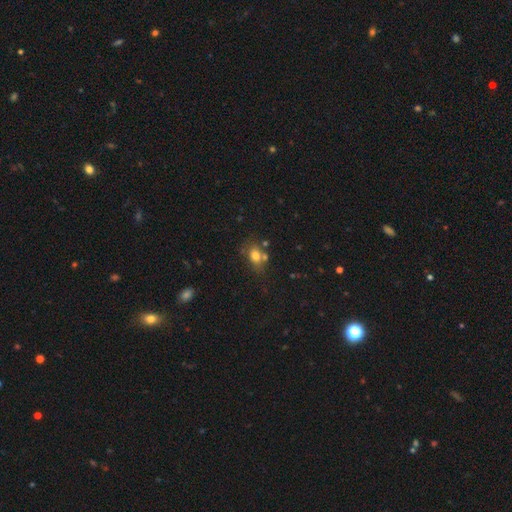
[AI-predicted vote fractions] A smooth galaxy with no disk features (75%) that is in between round and cigar-shaped (61%). Merging: none (54%).